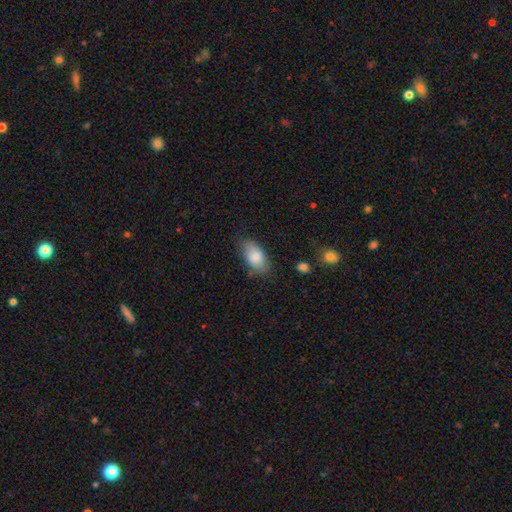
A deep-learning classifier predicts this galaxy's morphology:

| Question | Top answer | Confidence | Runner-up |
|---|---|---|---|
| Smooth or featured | smooth | 83% | featured or disk (10%) |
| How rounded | in between | 93% | cigar-shaped (4%) |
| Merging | none | 75% | minor disturbance (19%) |